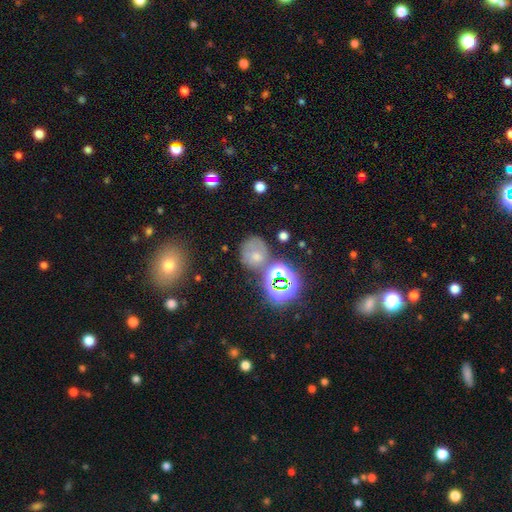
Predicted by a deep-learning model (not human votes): Smooth or featured: smooth — 54% (star or artifact — 28%)
How rounded: round — 70% (in between — 29%)
Merging: none — 52% (minor disturbance — 20%)